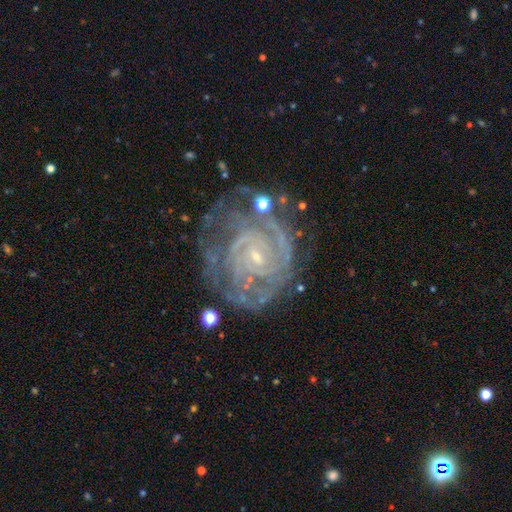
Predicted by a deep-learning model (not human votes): Q: Smooth or featured?
A: featured or disk (86%); runner-up: star or artifact (8%)
Q: Edge-on disk?
A: no (98%); runner-up: yes (2%)
Q: Bar?
A: no (60%); runner-up: weak (31%)
Q: Spiral arms?
A: yes (94%); runner-up: no (6%)
Q: Spiral winding?
A: tight (74%); runner-up: medium (21%)
Q: Spiral arm count?
A: can't tell (35%); runner-up: 2 (21%)
Q: Bulge size?
A: small (83%); runner-up: moderate (10%)
Q: Merging?
A: none (61%); runner-up: minor disturbance (22%)